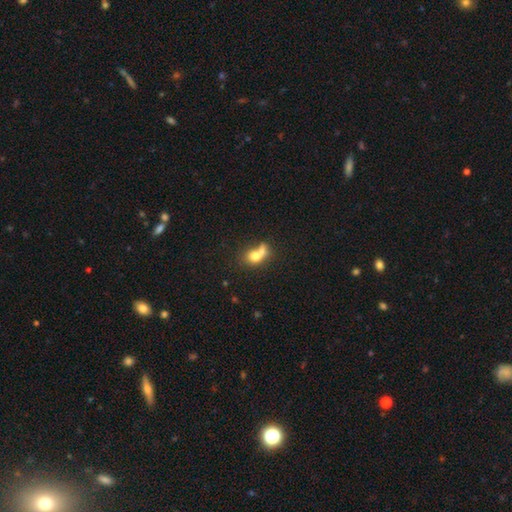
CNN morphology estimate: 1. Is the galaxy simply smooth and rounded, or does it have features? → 70% smooth, 20% featured or disk, 10% star or artifact.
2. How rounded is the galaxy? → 51% in between, 46% round, 3% cigar-shaped.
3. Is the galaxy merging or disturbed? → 59% merger, 23% none, 10% minor disturbance, 9% major disturbance.